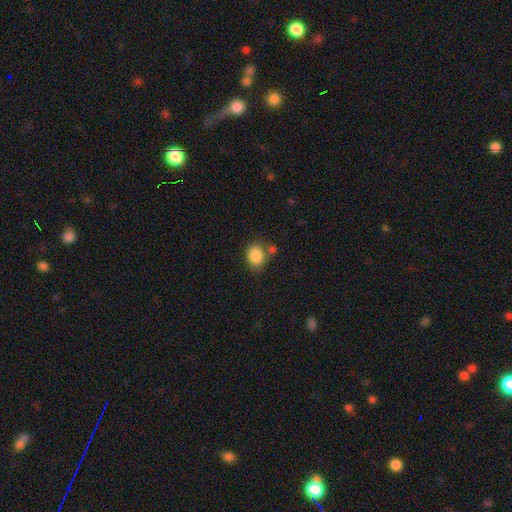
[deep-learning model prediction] Smooth or featured? Predicted: smooth (p=0.87). How rounded? Predicted: in between (p=0.51). Merging? Predicted: none (p=0.68).